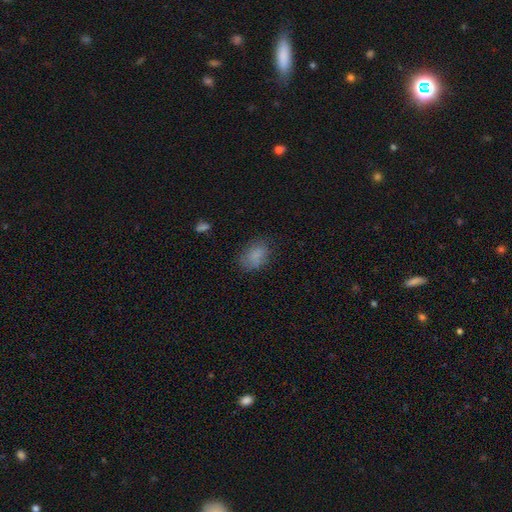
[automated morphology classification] This appears to be a smooth galaxy with no disk features (80%) that is in between round and cigar-shaped (81%). Merging: none (69%).